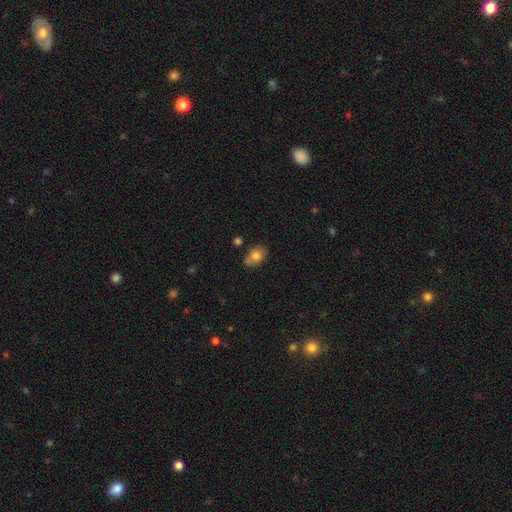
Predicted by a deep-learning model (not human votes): Smooth or featured? smooth (78%)
How rounded? in between (73%)
Merging? none (62%)